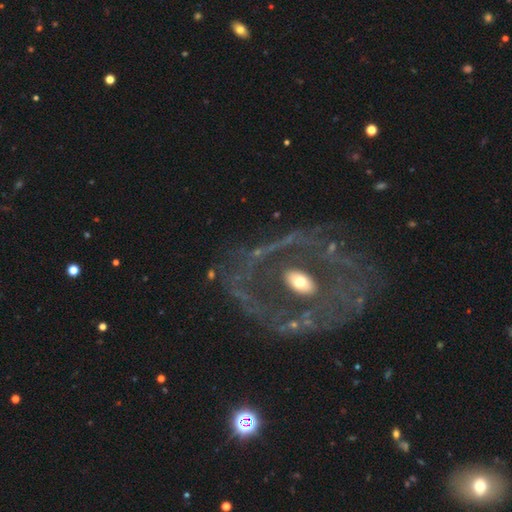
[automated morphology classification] This appears to be a featured or disk galaxy (78%) with no bar (53%), no spiral arms (59%) and a moderate central bulge (61%). Merging: none (66%).